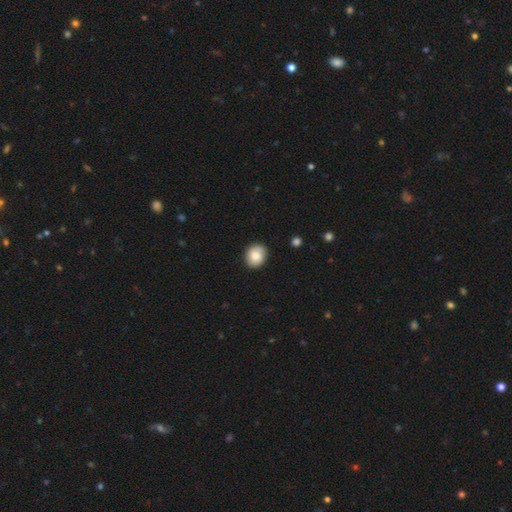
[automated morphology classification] Smooth or featured?
  - smooth: 81% *
  - featured or disk: 12%
  - star or artifact: 8%
How rounded?
  - round: 63% *
  - in between: 36%
  - cigar-shaped: 1%
Merging?
  - none: 84% *
  - minor disturbance: 13%
  - major disturbance: 2%
  - merger: 1%